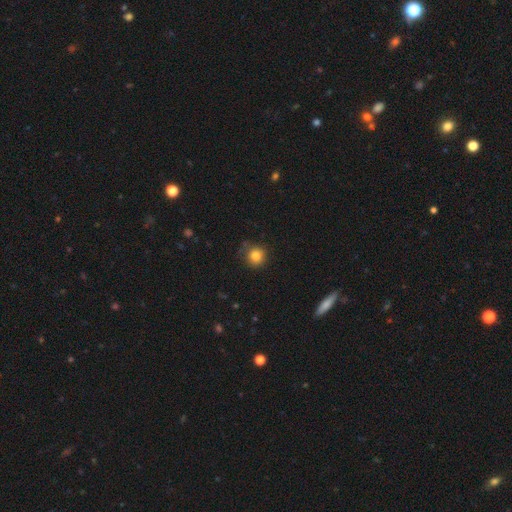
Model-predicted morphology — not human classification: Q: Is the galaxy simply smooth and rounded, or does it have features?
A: smooth — 83%.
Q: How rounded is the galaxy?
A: round — 90%.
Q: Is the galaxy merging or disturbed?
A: none — 76%.